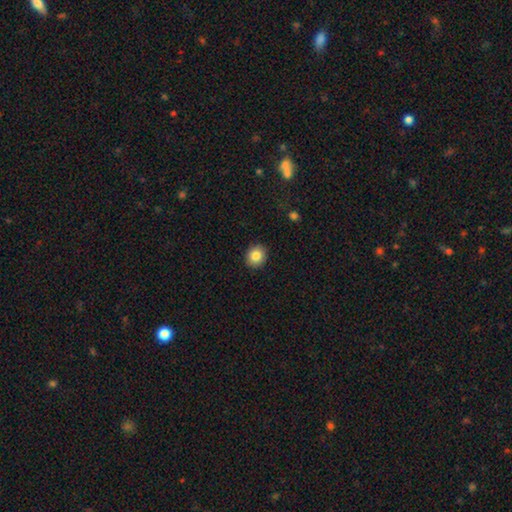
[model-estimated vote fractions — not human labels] A smooth galaxy with no disk features (84%) that is round (79%).

Vote fractions:
- Smooth or featured? smooth: 84% / star or artifact: 9% / featured or disk: 7%
- How rounded? round: 79% / in between: 20% / cigar-shaped: 1%
- Merging? none: 91% / minor disturbance: 6% / major disturbance: 2% / merger: 1%